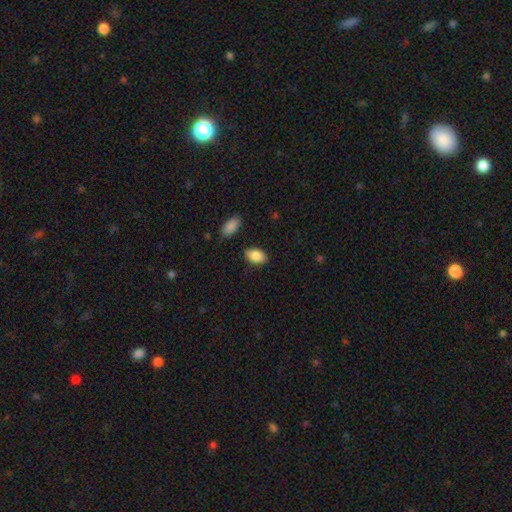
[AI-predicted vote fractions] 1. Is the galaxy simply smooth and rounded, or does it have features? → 87% smooth, 7% star or artifact, 6% featured or disk.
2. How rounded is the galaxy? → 90% in between, 8% round, 2% cigar-shaped.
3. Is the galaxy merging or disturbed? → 83% none, 12% minor disturbance, 3% major disturbance, 2% merger.